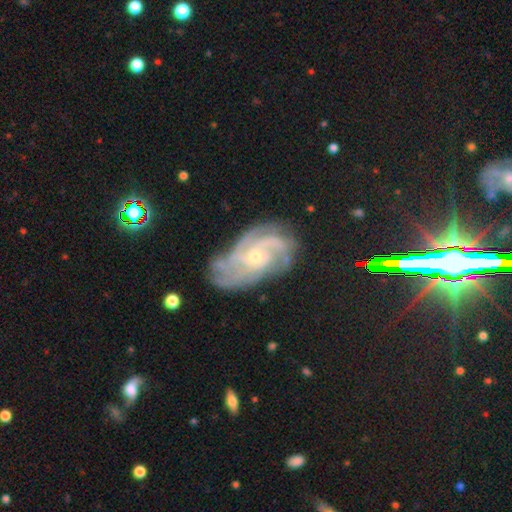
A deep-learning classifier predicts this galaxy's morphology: Overall: featured or disk (88%). Edge-on disk: no (97%). Bar: no (70%). Spiral arms: yes (98%). Spiral arm count: 3 (33%; can't tell 19%). Spiral winding: tight (54%; medium 38%). Bulge size: small (72%). Merging: none (66%).